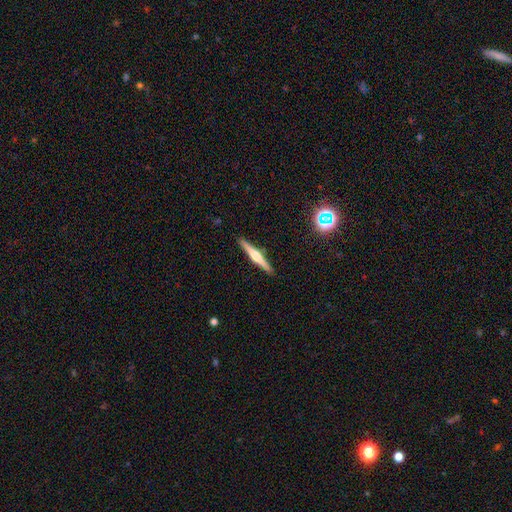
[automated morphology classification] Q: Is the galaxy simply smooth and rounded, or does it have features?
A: featured or disk — 70%.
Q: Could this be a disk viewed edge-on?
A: yes — 98%.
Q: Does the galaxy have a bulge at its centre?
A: rounded — 88%.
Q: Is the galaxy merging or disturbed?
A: none — 91%.